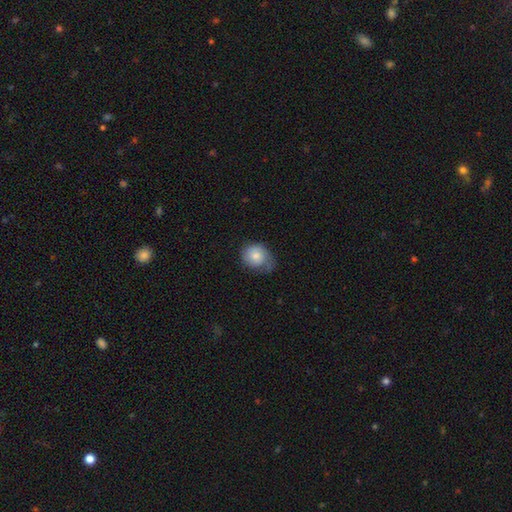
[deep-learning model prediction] Smooth or featured?
  - smooth: 67% *
  - featured or disk: 26%
  - star or artifact: 7%
How rounded?
  - round: 56% *
  - in between: 43%
  - cigar-shaped: 1%
Merging?
  - none: 42% *
  - minor disturbance: 36%
  - major disturbance: 20%
  - merger: 2%